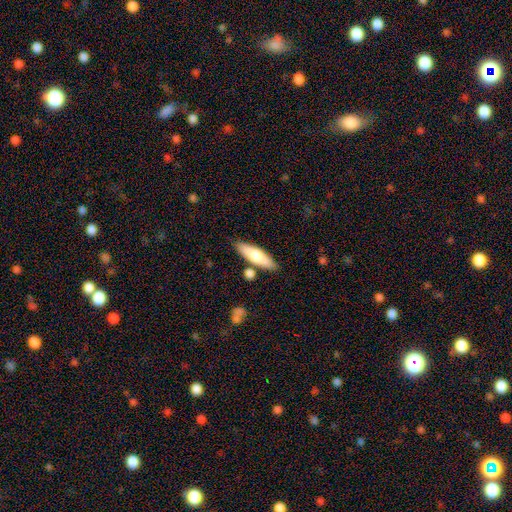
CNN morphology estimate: This is likely a smooth galaxy (66%). How rounded: likely cigar-shaped (60%). Merging: clearly none (80%).